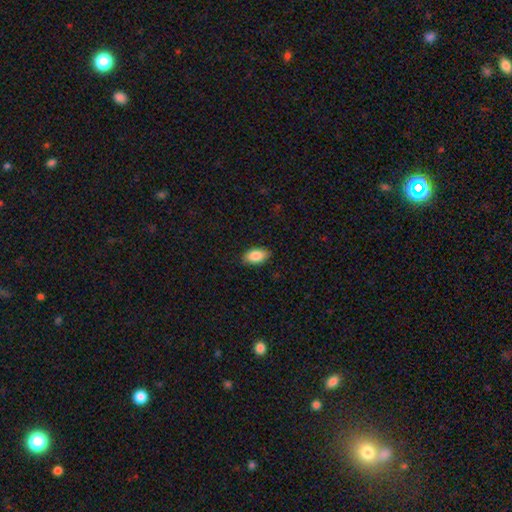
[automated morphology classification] Smooth or featured?
  - smooth: 87% *
  - featured or disk: 7%
  - star or artifact: 7%
How rounded?
  - in between: 92% *
  - round: 4%
  - cigar-shaped: 4%
Merging?
  - none: 86% *
  - minor disturbance: 11%
  - major disturbance: 2%
  - merger: 1%